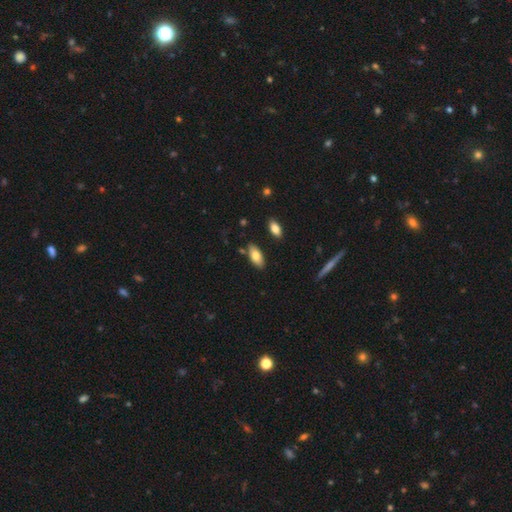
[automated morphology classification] smooth-or-featured: smooth: 76% | featured or disk: 17% | star or artifact: 7%
  how-rounded: in between: 88% | cigar-shaped: 10% | round: 2%
  merging: none: 82% | minor disturbance: 12% | merger: 4% | major disturbance: 2%